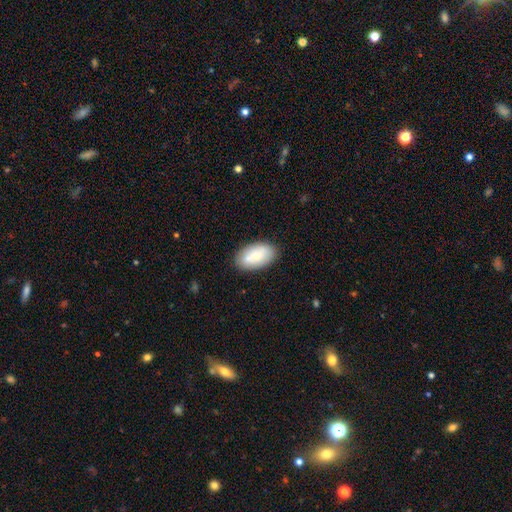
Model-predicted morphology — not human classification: smooth_or_featured: smooth (p=0.76) [alt: featured or disk p=0.17]
how_rounded: in between (p=0.94) [alt: round p=0.04]
merging: none (p=0.79) [alt: minor disturbance p=0.13]